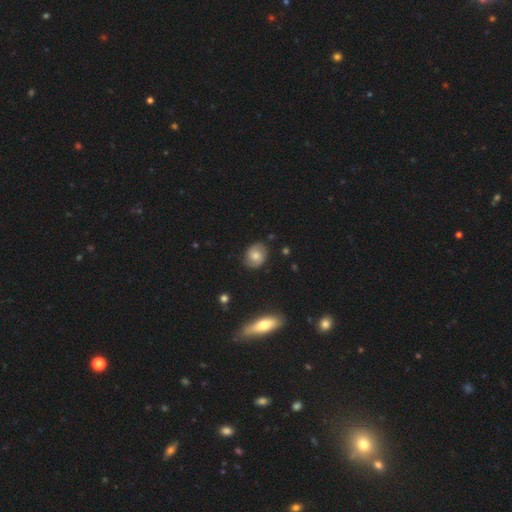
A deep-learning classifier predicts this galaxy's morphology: Overall: smooth (55%; featured or disk 36%). How rounded: round (57%; in between 41%). Merging: none (82%).